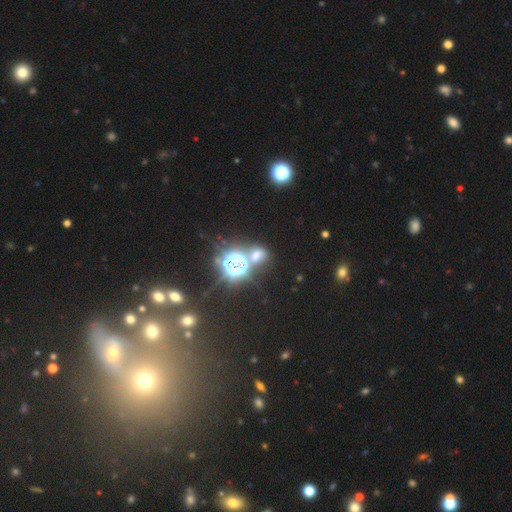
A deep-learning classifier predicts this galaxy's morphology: Smooth or featured?
  - star or artifact: 55% *
  - smooth: 35%
  - featured or disk: 10%